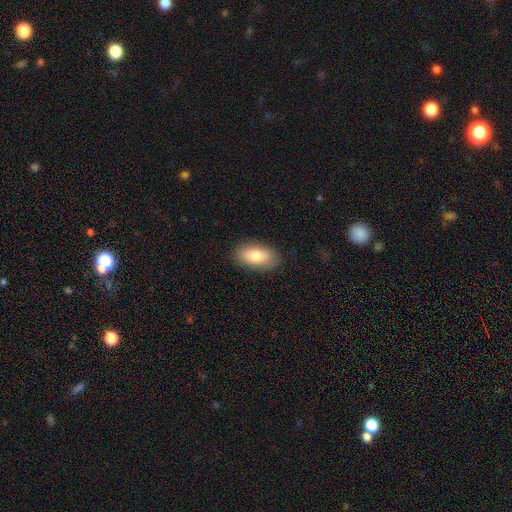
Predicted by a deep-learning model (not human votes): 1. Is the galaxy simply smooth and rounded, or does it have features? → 79% smooth, 15% featured or disk, 7% star or artifact.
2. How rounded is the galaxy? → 92% in between, 4% round, 4% cigar-shaped.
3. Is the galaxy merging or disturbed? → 85% none, 11% minor disturbance, 3% major disturbance, 1% merger.